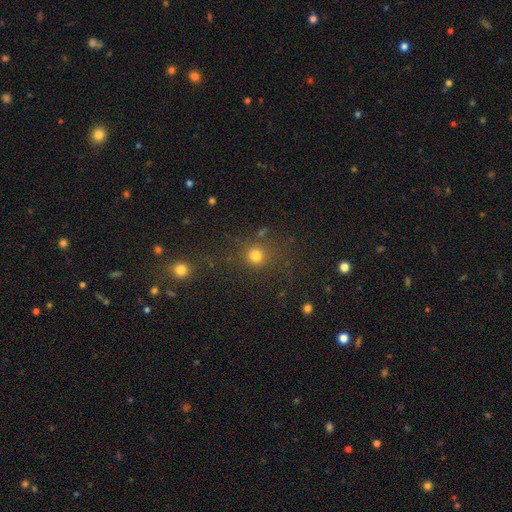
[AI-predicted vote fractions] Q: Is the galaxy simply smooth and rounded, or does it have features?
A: smooth — 75%.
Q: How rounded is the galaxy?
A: round — 88%.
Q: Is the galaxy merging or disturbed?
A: none — 74%.